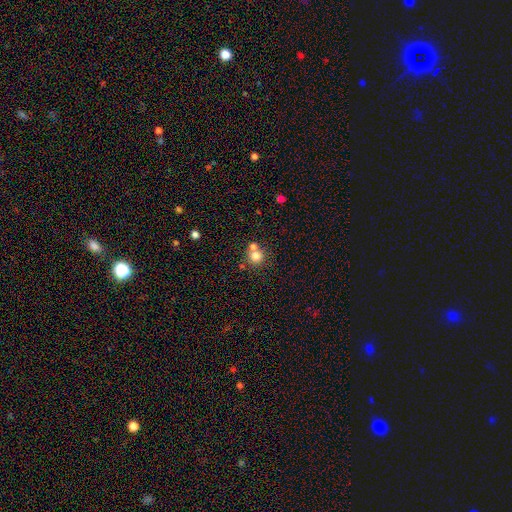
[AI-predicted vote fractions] A smooth galaxy with no disk features (78%) that is round (91%). Merging: none (56%).